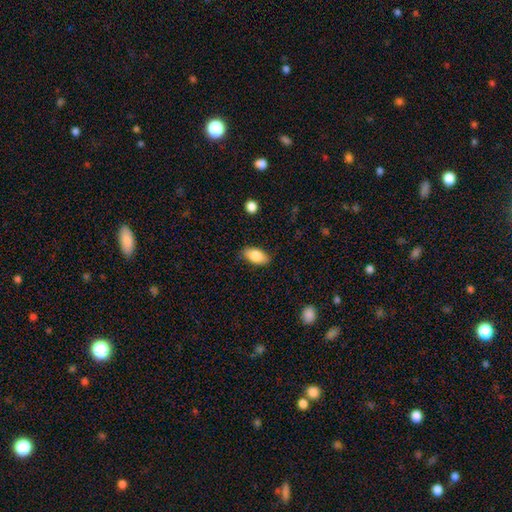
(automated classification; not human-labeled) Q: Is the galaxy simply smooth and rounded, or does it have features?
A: smooth — 84%.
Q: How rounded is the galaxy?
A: in between — 92%.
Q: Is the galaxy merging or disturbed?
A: none — 85%.